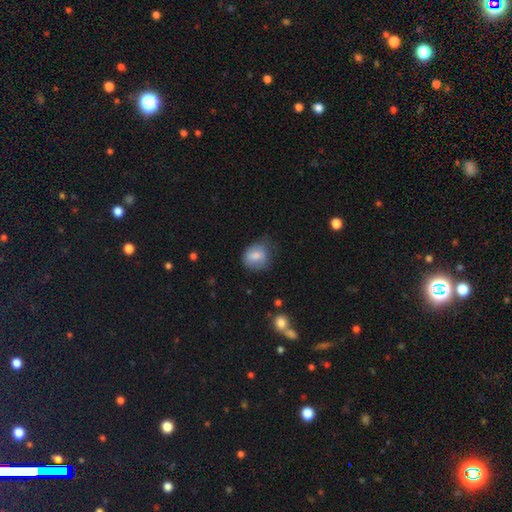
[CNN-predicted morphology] smooth_or_featured: smooth (p=0.76) [alt: featured or disk p=0.16]
how_rounded: round (p=0.64) [alt: in between p=0.36]
merging: none (p=0.54) [alt: minor disturbance p=0.33]